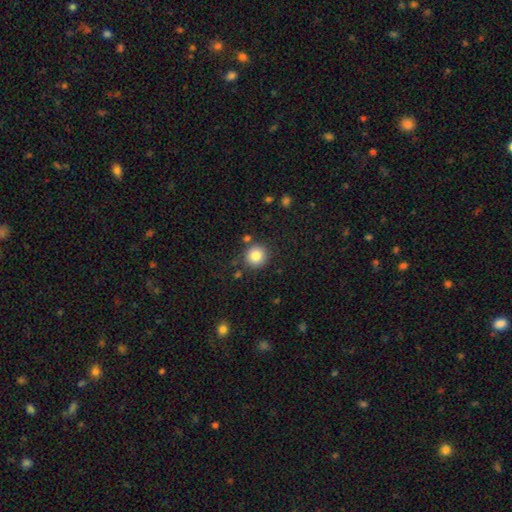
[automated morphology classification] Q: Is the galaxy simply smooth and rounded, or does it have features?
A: smooth — 83%.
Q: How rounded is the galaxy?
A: round — 94%.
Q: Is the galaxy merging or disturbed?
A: none — 85%.